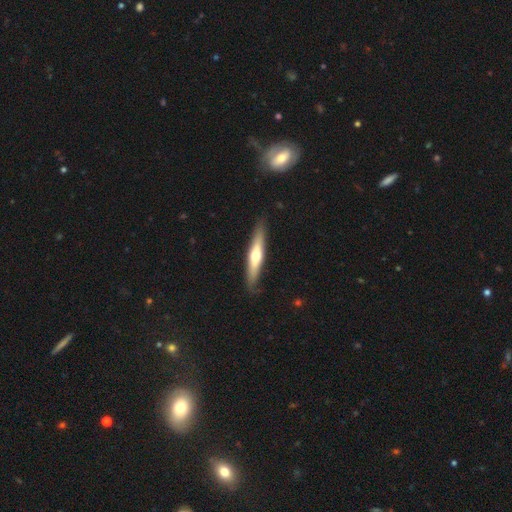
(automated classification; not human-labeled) Smooth or featured? featured or disk (51%)
Edge-on disk? yes (89%)
Merging? none (86%)